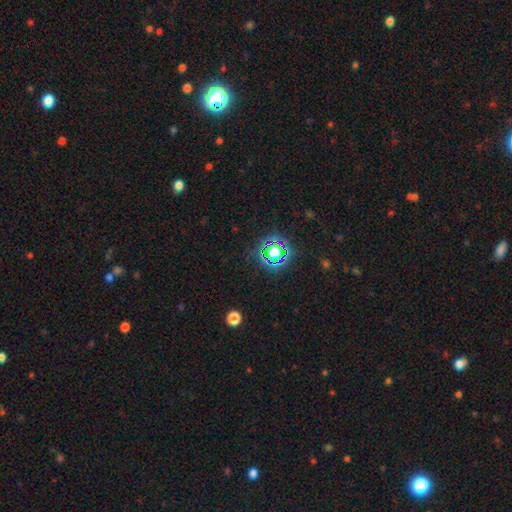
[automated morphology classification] This is likely a star or artifact rather than a galaxy (79%).